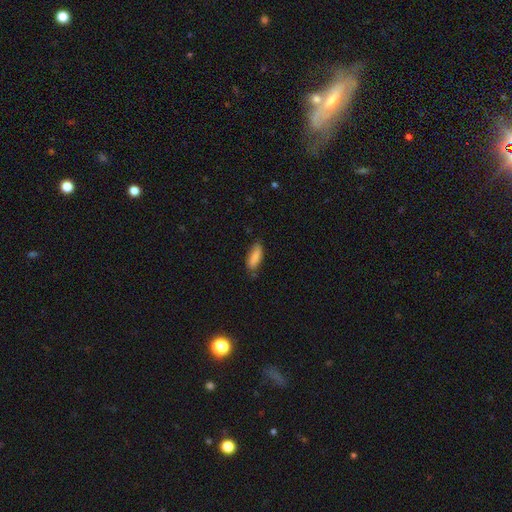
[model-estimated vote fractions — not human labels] A smooth galaxy with no disk features (85%) that is in between round and cigar-shaped (64%).

Vote fractions:
- Smooth or featured? smooth: 85% / featured or disk: 8% / star or artifact: 6%
- How rounded? in between: 64% / cigar-shaped: 34% / round: 2%
- Merging? none: 73% / minor disturbance: 21% / major disturbance: 3% / merger: 2%